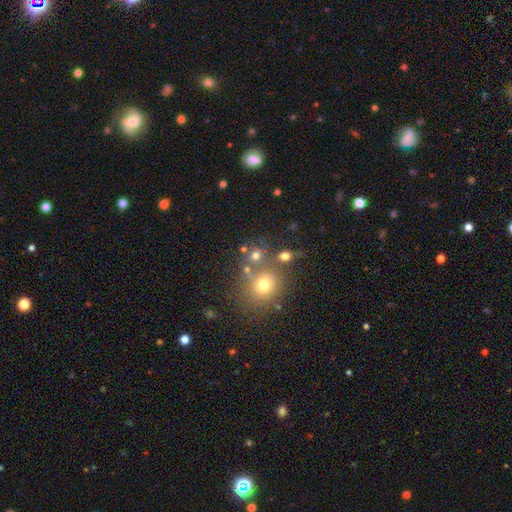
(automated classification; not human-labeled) Smooth or featured: smooth — 68% (star or artifact — 20%)
How rounded: round — 80% (in between — 18%)
Merging: none — 58% (merger — 26%)